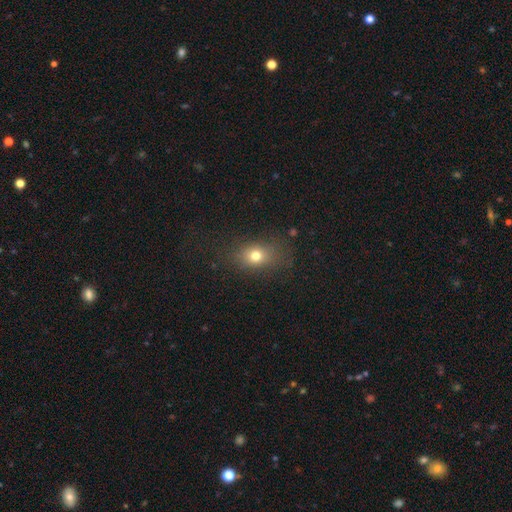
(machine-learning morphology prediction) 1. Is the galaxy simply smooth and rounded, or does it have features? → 74% smooth, 15% star or artifact, 11% featured or disk.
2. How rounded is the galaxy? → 57% in between, 41% round, 2% cigar-shaped.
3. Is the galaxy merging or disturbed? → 77% none, 14% minor disturbance, 7% major disturbance, 2% merger.